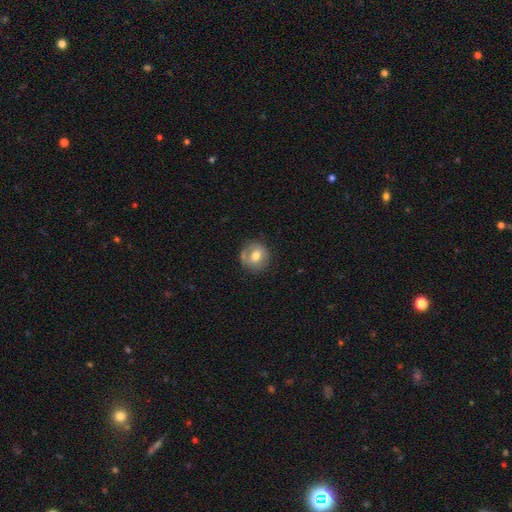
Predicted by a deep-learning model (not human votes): Smooth or featured: smooth — 66% (featured or disk — 26%)
How rounded: round — 86% (in between — 13%)
Merging: none — 72% (minor disturbance — 19%)